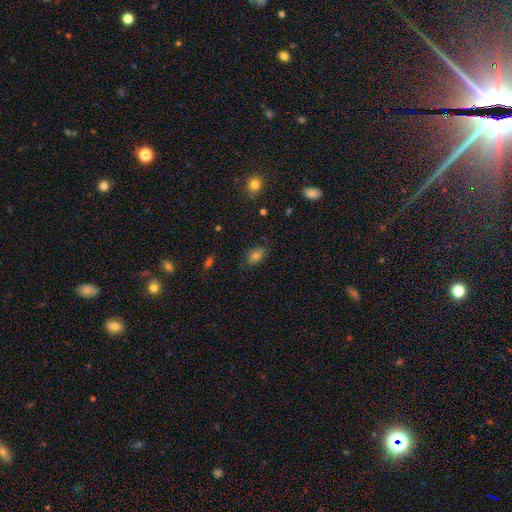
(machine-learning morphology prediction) A smooth galaxy with no disk features (68%) that is in between round and cigar-shaped (80%). Merging: none (74%).